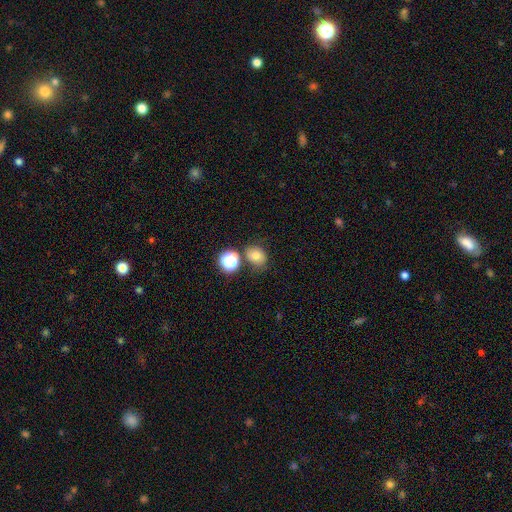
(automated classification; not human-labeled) Smooth or featured? smooth (73%)
How rounded? round (54%)
Merging? none (63%)